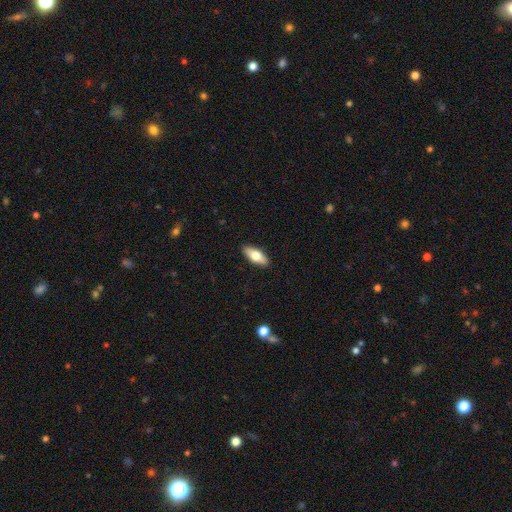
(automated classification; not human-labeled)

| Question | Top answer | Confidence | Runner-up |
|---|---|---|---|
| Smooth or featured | smooth | 70% | featured or disk (25%) |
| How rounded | in between | 77% | cigar-shaped (21%) |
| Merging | none | 90% | minor disturbance (7%) |